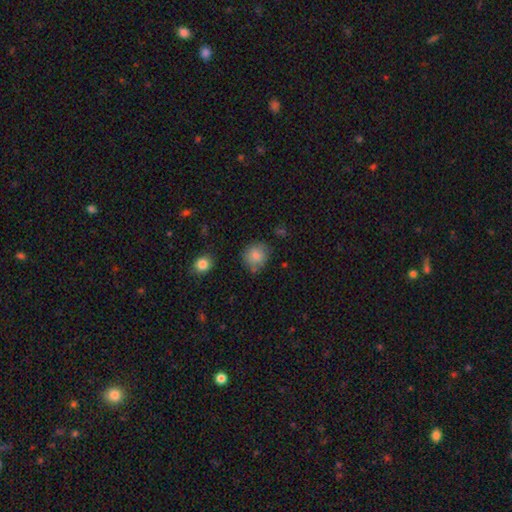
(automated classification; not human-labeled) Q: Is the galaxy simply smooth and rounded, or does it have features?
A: smooth — 83%.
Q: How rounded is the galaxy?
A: round — 82%.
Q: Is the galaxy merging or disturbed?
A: none — 72%.